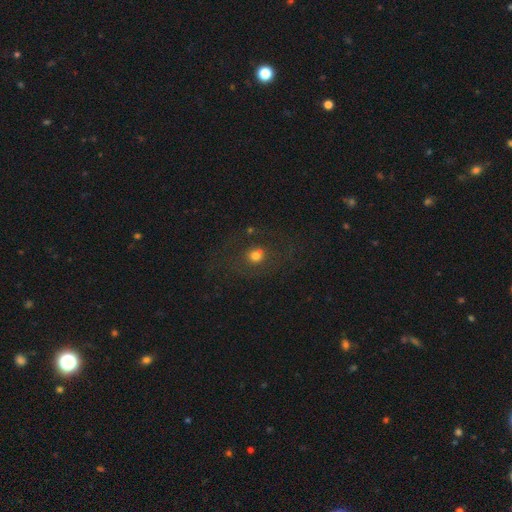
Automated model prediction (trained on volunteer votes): smooth 60%, featured or disk 21%, star or artifact 19%. Down the decision tree: how rounded — round (72%); merging — none (61%).